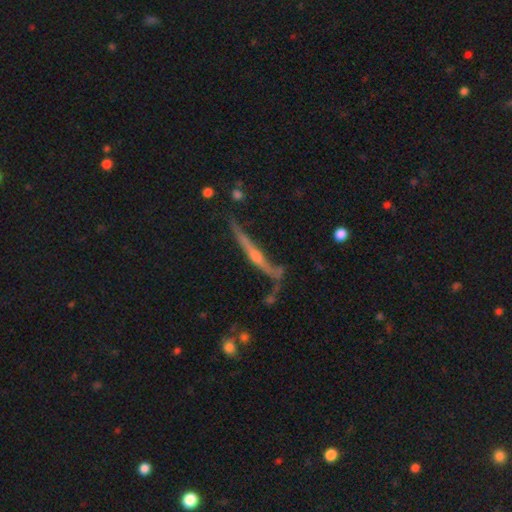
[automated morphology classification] type=featured or disk (73%); edge-on=yes (93%); edge-on bulge=rounded (63%); merging=none (58%).